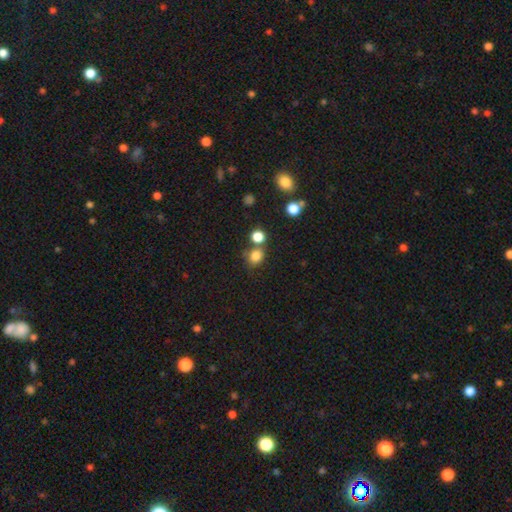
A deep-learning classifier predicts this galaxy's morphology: Smooth or featured? Predicted: smooth (p=0.81). How rounded? Predicted: round (p=0.73). Merging? Predicted: none (p=0.63).